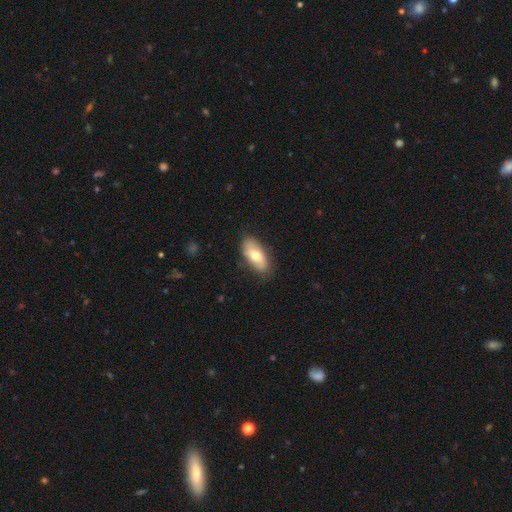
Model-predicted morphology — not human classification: smooth-or-featured: smooth: 69% | featured or disk: 25% | star or artifact: 6%
  how-rounded: in between: 88% | cigar-shaped: 9% | round: 3%
  merging: none: 82% | minor disturbance: 14% | major disturbance: 3% | merger: 1%